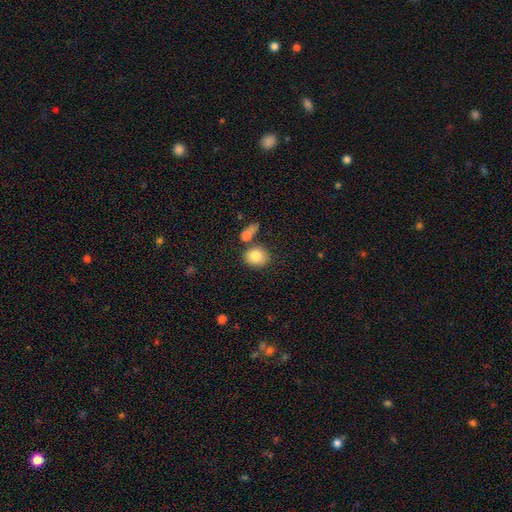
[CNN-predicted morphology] Smooth or featured?
  - smooth: 81% *
  - featured or disk: 10%
  - star or artifact: 8%
How rounded?
  - round: 65% *
  - in between: 34%
  - cigar-shaped: 1%
Merging?
  - none: 66% *
  - merger: 19%
  - minor disturbance: 12%
  - major disturbance: 4%